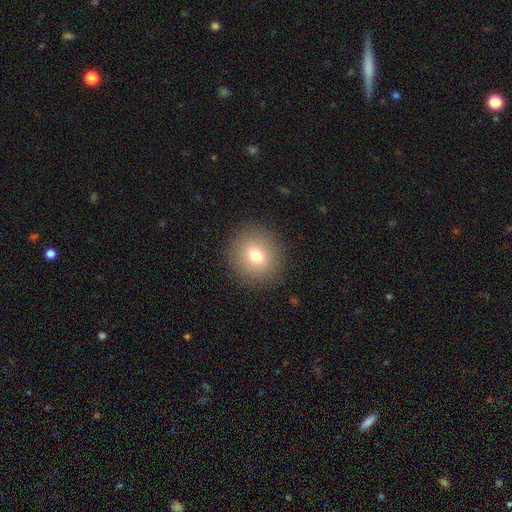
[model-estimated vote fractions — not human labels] This appears to be a smooth galaxy with no disk features (74%) that is round (87%). Merging: none (89%).